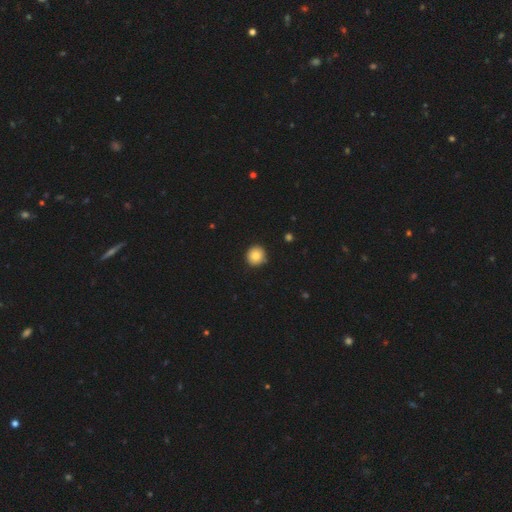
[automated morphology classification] Smooth or featured?
  - smooth: 84% *
  - star or artifact: 9%
  - featured or disk: 7%
How rounded?
  - round: 92% *
  - in between: 7%
  - cigar-shaped: 1%
Merging?
  - none: 90% *
  - minor disturbance: 7%
  - major disturbance: 2%
  - merger: 1%